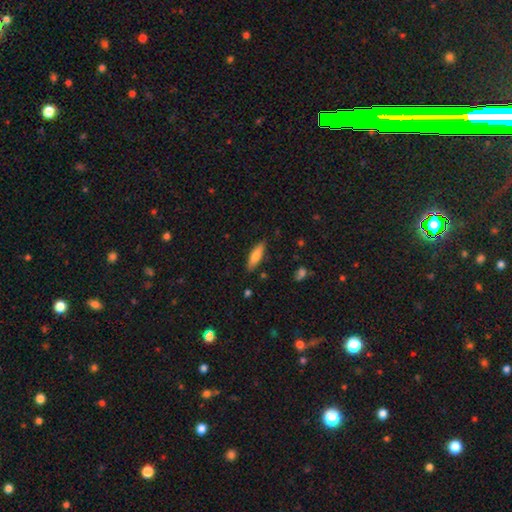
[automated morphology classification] smooth_or_featured: smooth (p=0.73) [alt: featured or disk p=0.21]
how_rounded: cigar-shaped (p=0.58) [alt: in between p=0.40]
merging: none (p=0.85) [alt: minor disturbance p=0.11]